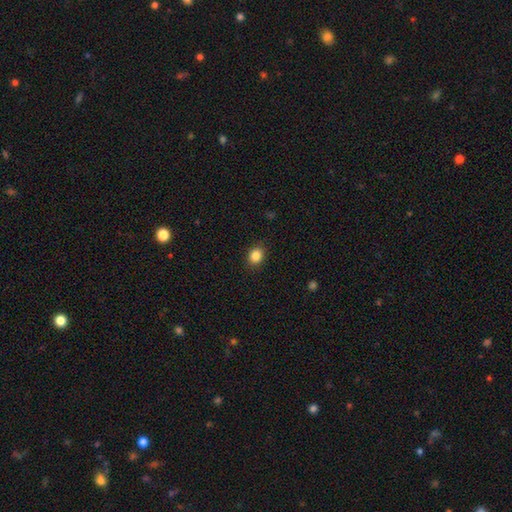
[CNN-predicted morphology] Q: Smooth or featured?
A: smooth (86%); runner-up: star or artifact (10%)
Q: How rounded?
A: round (56%); runner-up: in between (43%)
Q: Merging?
A: none (88%); runner-up: minor disturbance (8%)